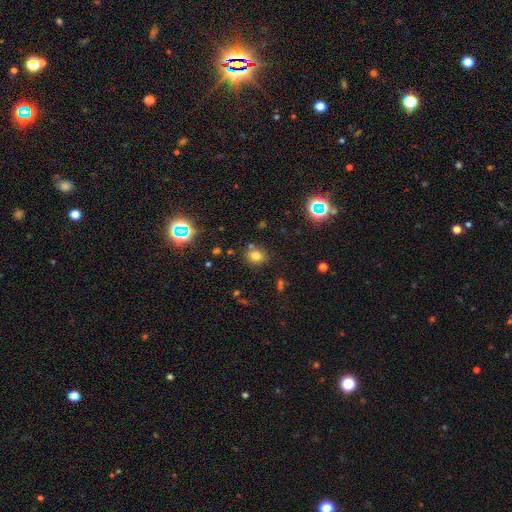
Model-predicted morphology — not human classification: smooth-or-featured: smooth: 74% | star or artifact: 17% | featured or disk: 8%
  how-rounded: round: 68% | in between: 31% | cigar-shaped: 1%
  merging: none: 77% | minor disturbance: 12% | merger: 8% | major disturbance: 3%